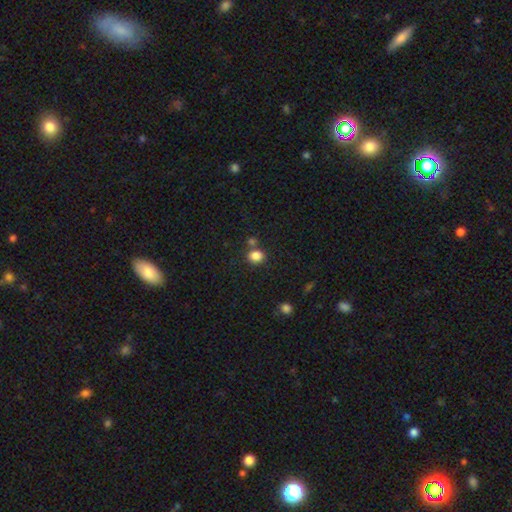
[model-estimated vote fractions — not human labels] A smooth galaxy with no disk features (84%) that is round (68%). Merging: none (70%).